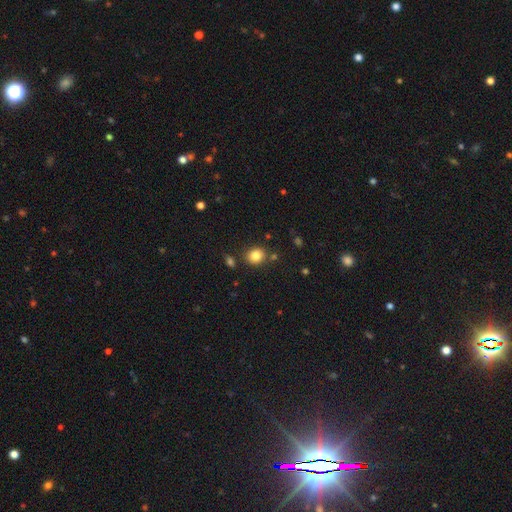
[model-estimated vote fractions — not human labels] smooth-or-featured: smooth: 83% | star or artifact: 11% | featured or disk: 6%
  how-rounded: round: 73% | in between: 27% | cigar-shaped: 1%
  merging: none: 81% | minor disturbance: 10% | merger: 6% | major disturbance: 3%